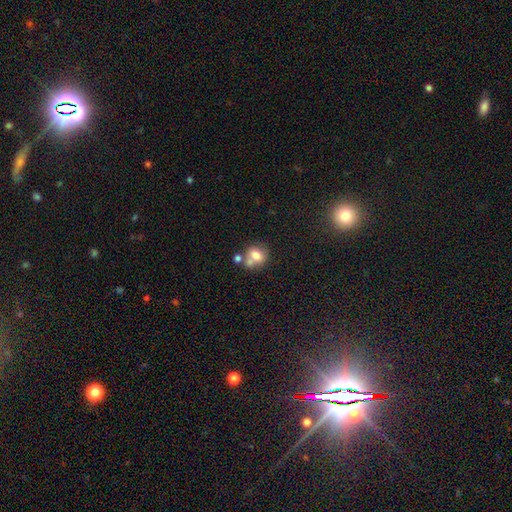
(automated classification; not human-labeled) smooth 72%, featured or disk 17%, star or artifact 10%. Down the decision tree: how rounded — round (63%); merging — none (44%).